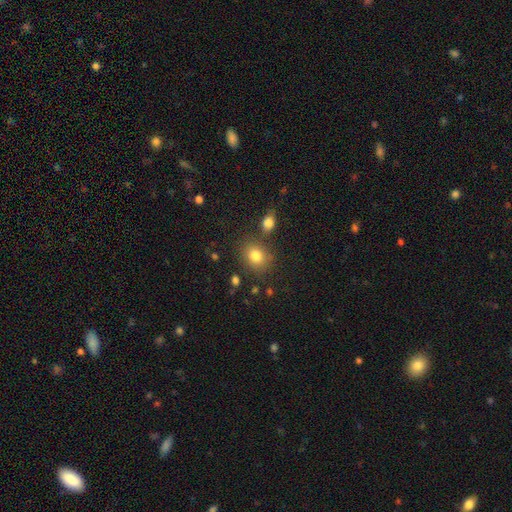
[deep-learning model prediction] Morphology: type=smooth (81%); roundness=round (56%); merging=none (76%).